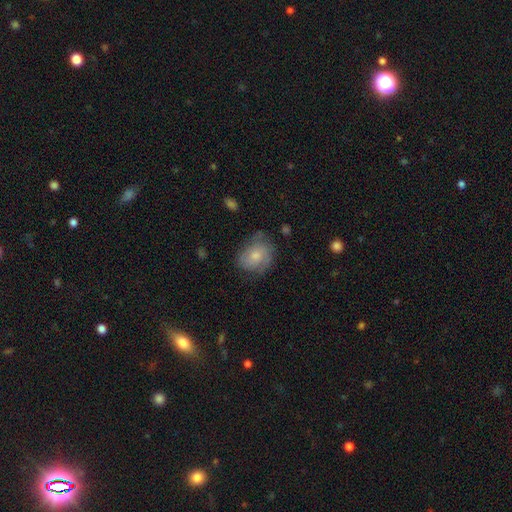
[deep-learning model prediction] Q: Smooth or featured?
A: smooth (56%); runner-up: featured or disk (37%)
Q: How rounded?
A: round (50%); runner-up: in between (49%)
Q: Merging?
A: none (60%); runner-up: minor disturbance (28%)